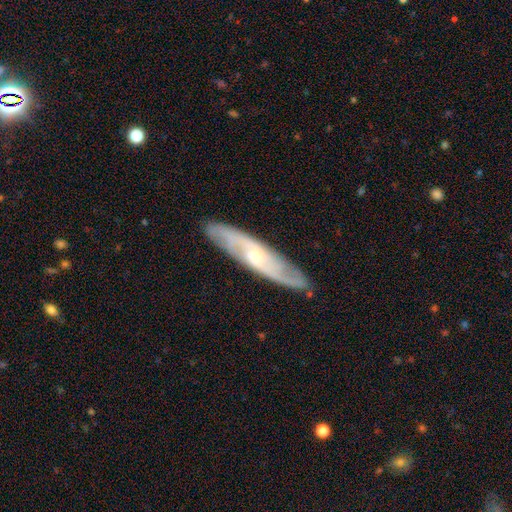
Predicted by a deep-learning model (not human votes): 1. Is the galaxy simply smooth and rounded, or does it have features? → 76% featured or disk, 18% smooth, 6% star or artifact.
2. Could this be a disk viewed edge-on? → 65% no, 35% yes.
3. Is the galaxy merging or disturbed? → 86% none, 11% minor disturbance, 2% major disturbance, 1% merger.